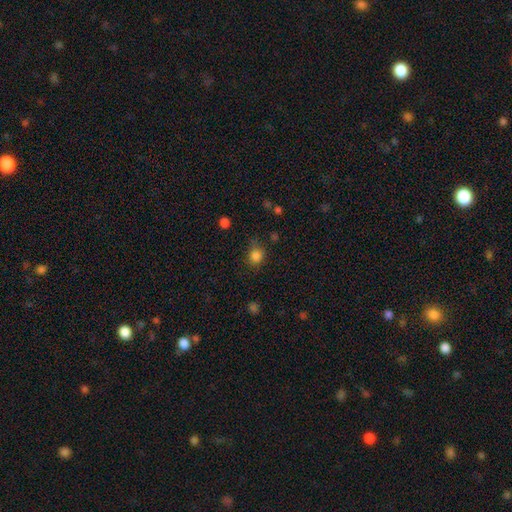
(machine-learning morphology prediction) Smooth or featured? Predicted: smooth (p=0.83). How rounded? Predicted: round (p=0.77). Merging? Predicted: none (p=0.68).